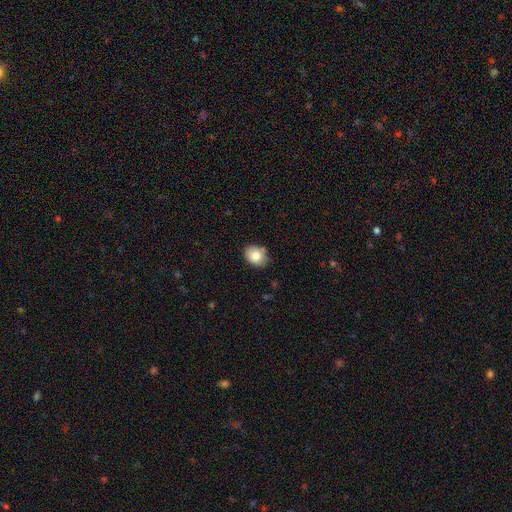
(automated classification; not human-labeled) The model was most divided on "how rounded": in between: 53%, round: 46%, cigar-shaped: 1%. More confident: smooth or featured — smooth (82%); merging — none (80%).